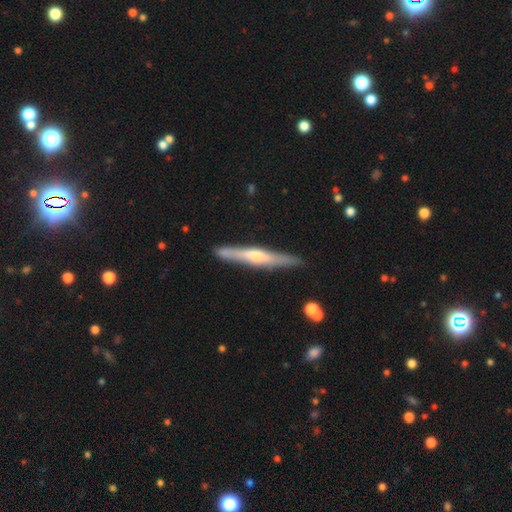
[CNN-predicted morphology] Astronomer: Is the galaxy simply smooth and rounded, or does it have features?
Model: featured or disk — 66%.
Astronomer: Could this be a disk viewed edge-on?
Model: yes — 96%.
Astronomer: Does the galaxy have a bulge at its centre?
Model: rounded — 71%.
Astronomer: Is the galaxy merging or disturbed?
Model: none — 87%.